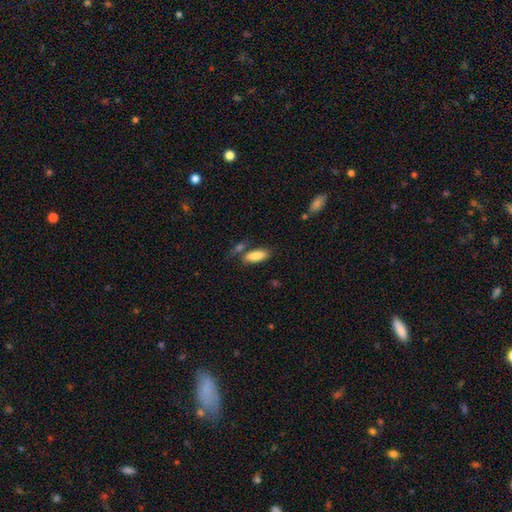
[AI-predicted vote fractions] smooth 84%, featured or disk 9%, star or artifact 7%. Down the decision tree: how rounded — in between (72%); merging — none (64%).